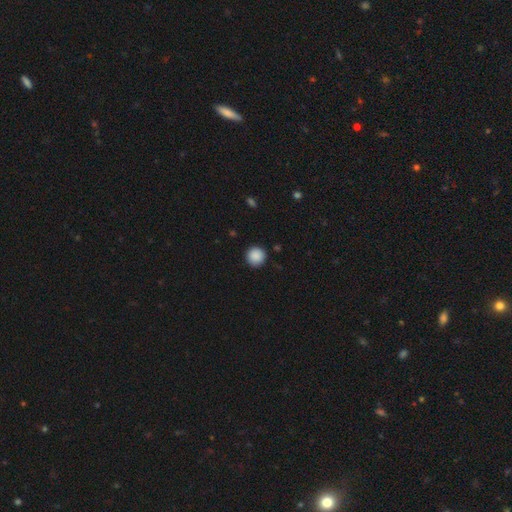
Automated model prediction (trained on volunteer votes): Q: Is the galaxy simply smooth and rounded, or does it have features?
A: smooth — 88%.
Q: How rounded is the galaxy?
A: round — 95%.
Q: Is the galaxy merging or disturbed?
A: none — 91%.